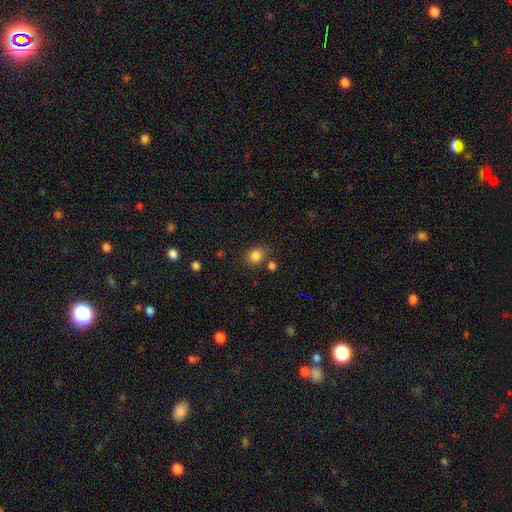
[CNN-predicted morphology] Smooth or featured? smooth (84%)
How rounded? round (60%)
Merging? none (73%)